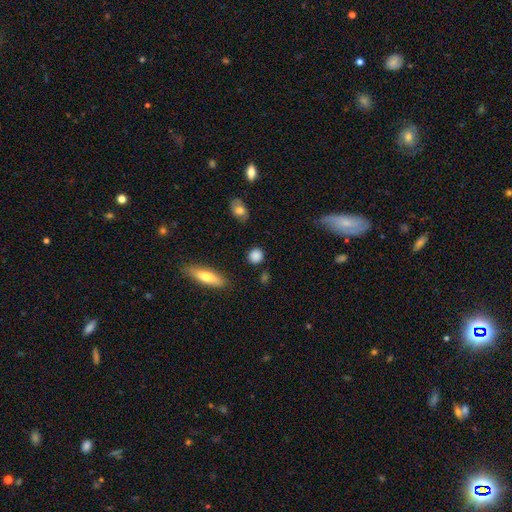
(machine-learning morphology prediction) A smooth galaxy with no disk features (85%) that is round (82%).

Vote fractions:
- Smooth or featured? smooth: 85% / star or artifact: 9% / featured or disk: 6%
- How rounded? round: 82% / in between: 15% / cigar-shaped: 3%
- Merging? none: 84% / minor disturbance: 10% / major disturbance: 3% / merger: 3%